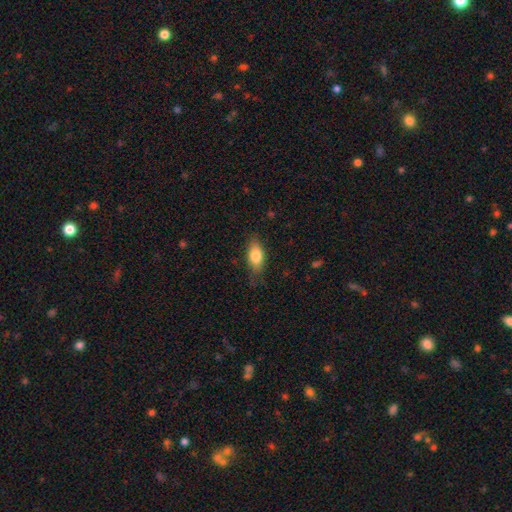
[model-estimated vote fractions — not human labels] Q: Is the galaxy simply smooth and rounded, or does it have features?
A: smooth — 77%.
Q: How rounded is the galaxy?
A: in between — 81%.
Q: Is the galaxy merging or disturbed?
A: none — 76%.